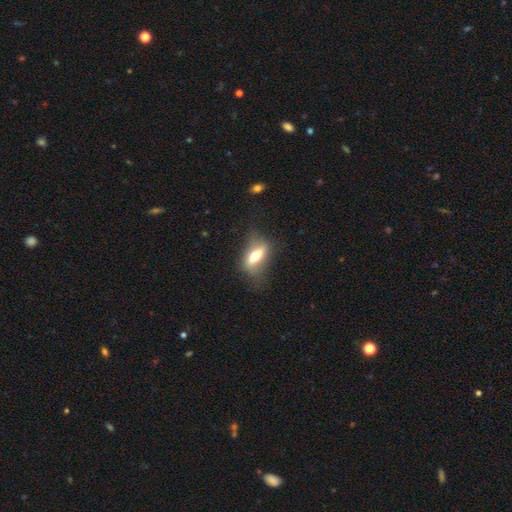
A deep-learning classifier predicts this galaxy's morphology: smooth_or_featured: featured or disk (p=0.50) [alt: smooth p=0.42]
disk_edge_on: no (p=0.53) [alt: yes p=0.47]
merging: none (p=0.65) [alt: minor disturbance p=0.21]